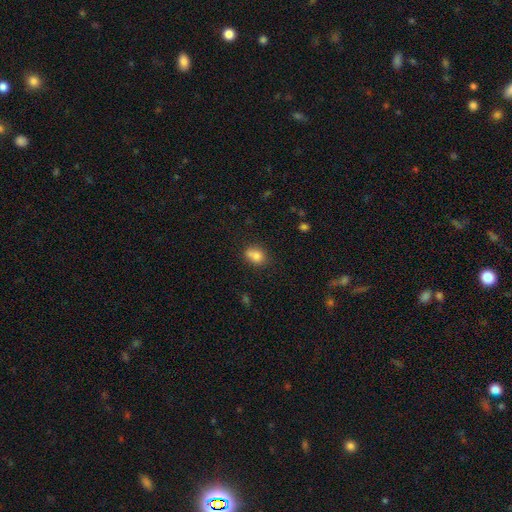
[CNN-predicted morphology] A smooth galaxy with no disk features (78%) that is in between round and cigar-shaped (57%). Merging: none (50%).